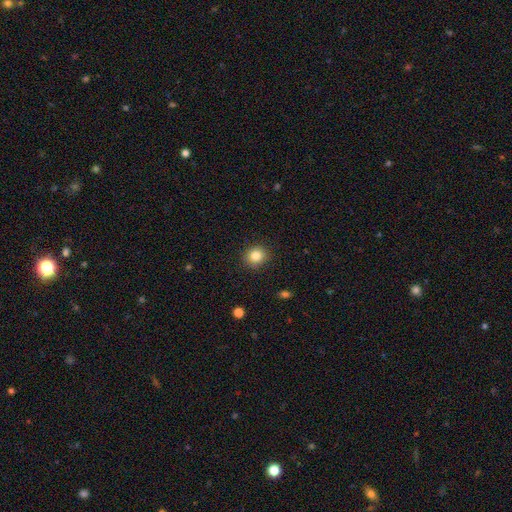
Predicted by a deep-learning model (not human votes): smooth-or-featured: smooth: 84% | star or artifact: 10% | featured or disk: 6%
  how-rounded: round: 83% | in between: 16% | cigar-shaped: 1%
  merging: none: 89% | minor disturbance: 7% | major disturbance: 2% | merger: 1%